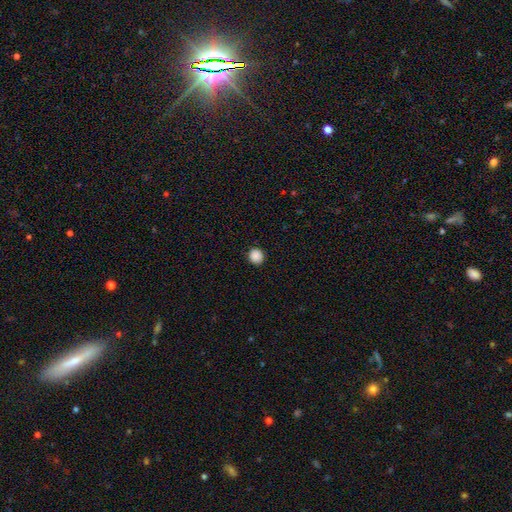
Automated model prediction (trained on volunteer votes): smooth 88%, star or artifact 10%, featured or disk 2%. Down the decision tree: how rounded — round (90%); merging — none (92%).